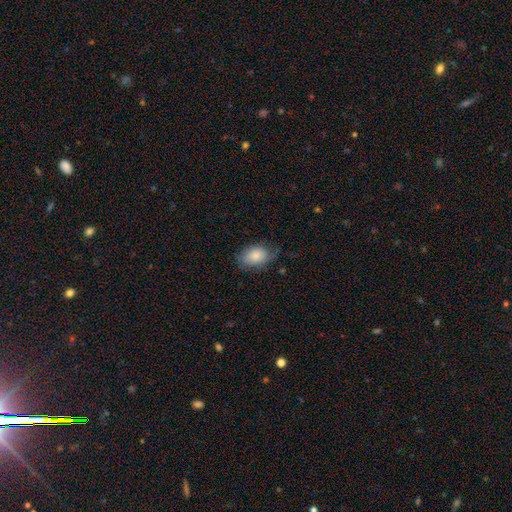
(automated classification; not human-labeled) smooth_or_featured: smooth (p=0.84) [alt: featured or disk p=0.09]
how_rounded: in between (p=0.84) [alt: round p=0.15]
merging: none (p=0.69) [alt: minor disturbance p=0.24]